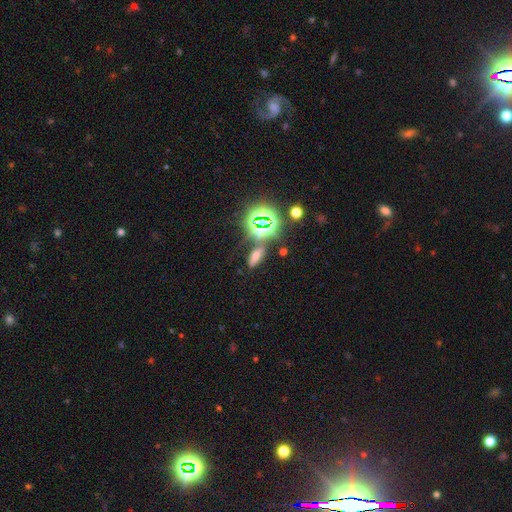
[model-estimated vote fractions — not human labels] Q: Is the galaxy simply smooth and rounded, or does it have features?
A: smooth — 49%.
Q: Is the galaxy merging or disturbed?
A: none — 71%.